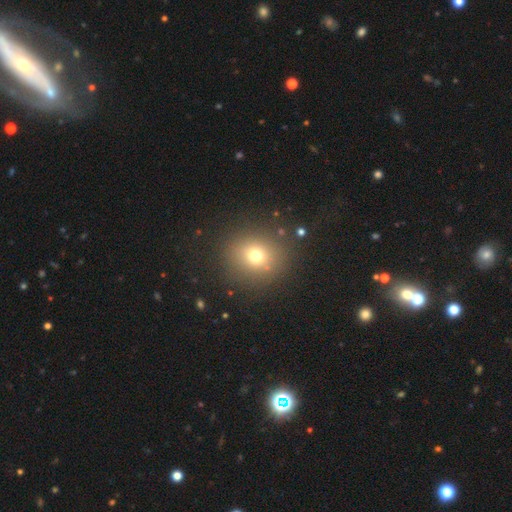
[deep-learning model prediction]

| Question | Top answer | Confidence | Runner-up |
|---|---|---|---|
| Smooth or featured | smooth | 70% | star or artifact (18%) |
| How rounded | round | 85% | in between (14%) |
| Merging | none | 86% | minor disturbance (8%) |